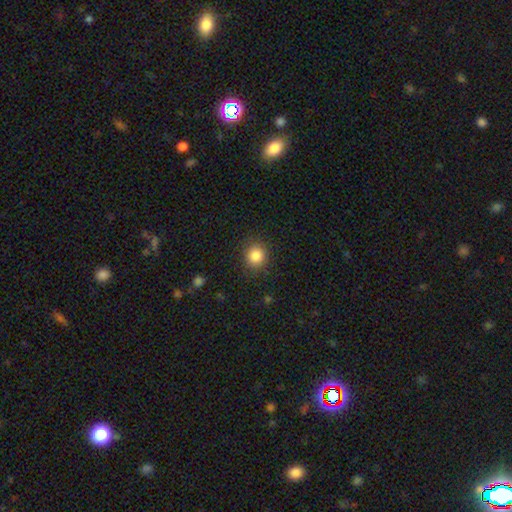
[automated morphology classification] Smooth or featured: smooth — 85% (star or artifact — 10%)
How rounded: round — 82% (in between — 17%)
Merging: none — 86% (minor disturbance — 10%)